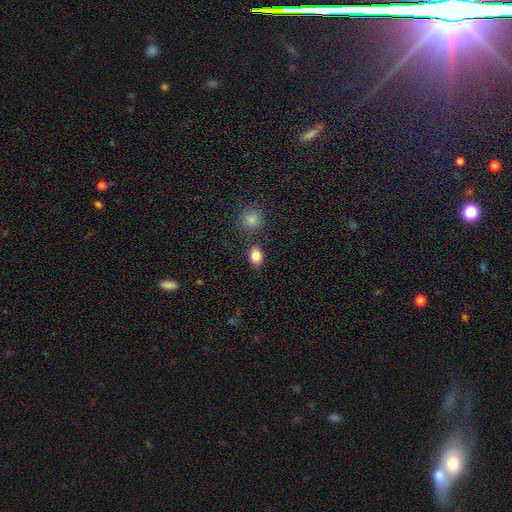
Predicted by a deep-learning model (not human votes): smooth-or-featured: smooth: 85% | star or artifact: 10% | featured or disk: 4%
  how-rounded: in between: 61% | round: 38% | cigar-shaped: 1%
  merging: none: 79% | minor disturbance: 11% | merger: 7% | major disturbance: 3%